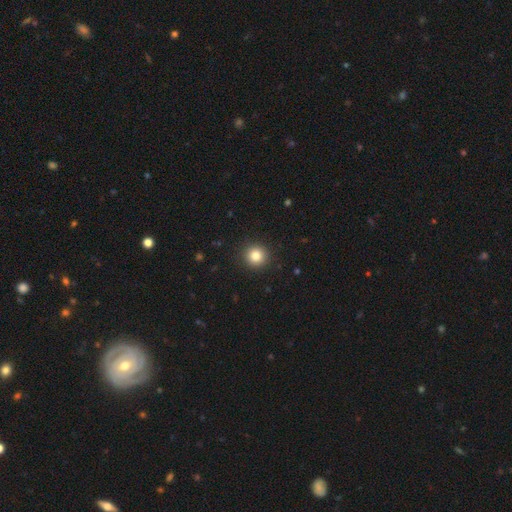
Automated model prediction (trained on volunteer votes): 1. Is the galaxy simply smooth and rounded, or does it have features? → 83% smooth, 11% star or artifact, 6% featured or disk.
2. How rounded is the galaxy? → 94% round, 5% in between, 1% cigar-shaped.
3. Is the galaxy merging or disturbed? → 92% none, 5% minor disturbance, 2% major disturbance, 1% merger.